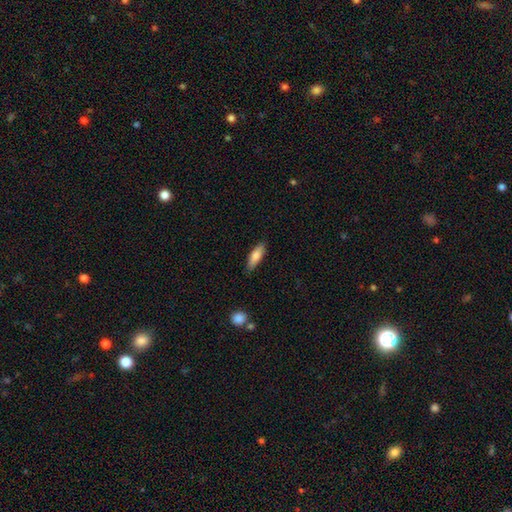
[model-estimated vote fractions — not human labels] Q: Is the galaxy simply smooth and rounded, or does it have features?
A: smooth — 79%.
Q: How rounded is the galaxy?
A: in between — 53%.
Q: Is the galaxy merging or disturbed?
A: none — 83%.